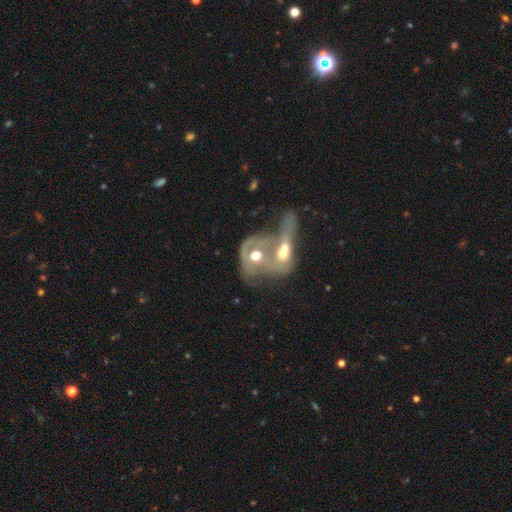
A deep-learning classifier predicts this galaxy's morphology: This is possibly a featured or disk galaxy (58%). It is clearly not viewed edge-on (94%). Bar: clearly no (86%). Spiral arm pattern: likely no (70%). Central bulge: likely moderate (68%). Merging: likely merger (79%).